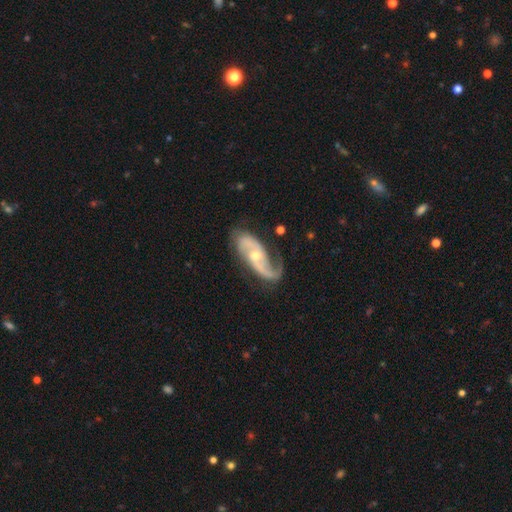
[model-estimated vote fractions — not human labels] Smooth or featured? featured or disk (87%)
Edge-on disk? no (95%)
Bar? no (54%)
Spiral arms? yes (96%)
Spiral winding? medium (44%)
Spiral arm count? 2 (77%)
Bulge size? moderate (53%)
Merging? none (60%)